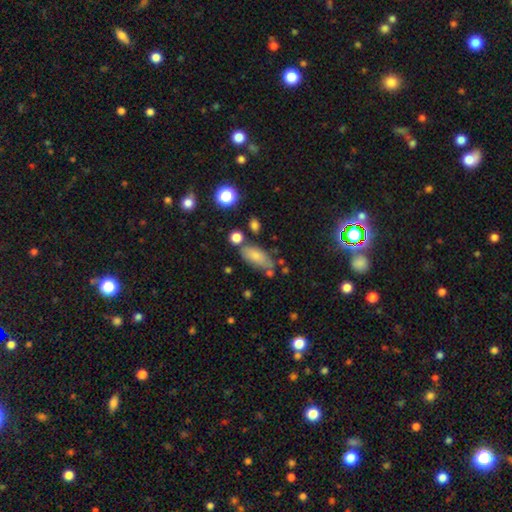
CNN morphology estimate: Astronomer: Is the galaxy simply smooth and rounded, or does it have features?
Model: smooth — 77%.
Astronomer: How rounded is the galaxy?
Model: in between — 85%.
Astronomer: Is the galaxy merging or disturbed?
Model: none — 58%.